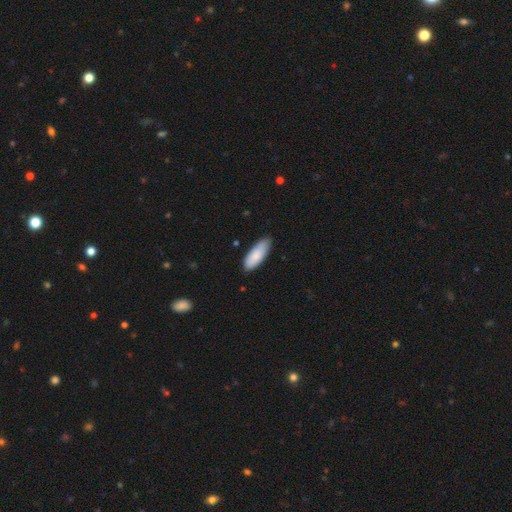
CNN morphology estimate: smooth 85%, featured or disk 10%, star or artifact 5%. Down the decision tree: how rounded — in between (72%); merging — none (79%).